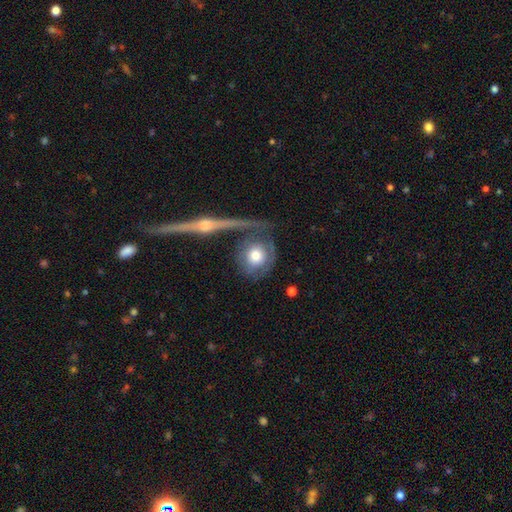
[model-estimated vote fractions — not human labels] This is likely a smooth galaxy (62%). How rounded: clearly round (83%). Merging: possibly none (53%).